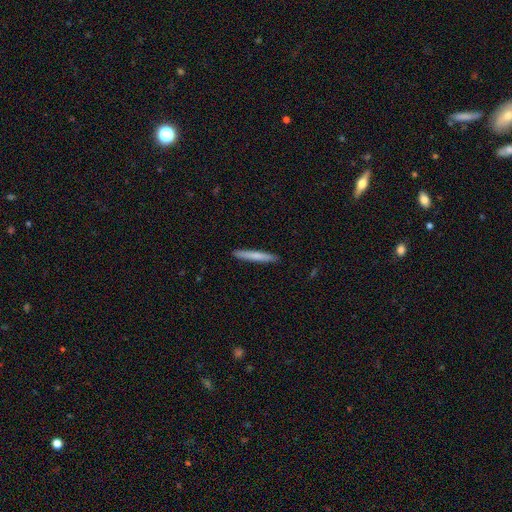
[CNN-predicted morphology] The model was most divided on "smooth or featured": smooth: 70%, featured or disk: 25%, star or artifact: 5%. More confident: how rounded — cigar-shaped (96%); merging — none (92%).